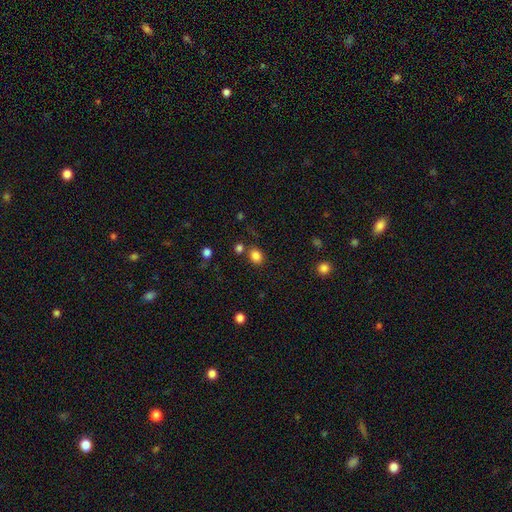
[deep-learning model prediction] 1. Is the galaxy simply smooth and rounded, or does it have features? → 83% smooth, 12% star or artifact, 4% featured or disk.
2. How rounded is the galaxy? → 59% round, 40% in between, 1% cigar-shaped.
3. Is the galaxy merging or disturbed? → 75% none, 11% minor disturbance, 10% merger, 4% major disturbance.